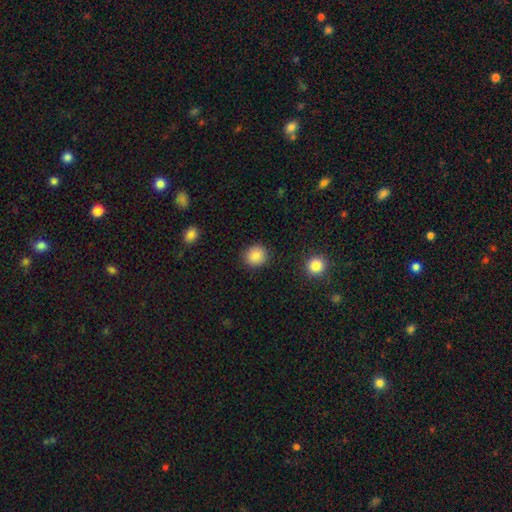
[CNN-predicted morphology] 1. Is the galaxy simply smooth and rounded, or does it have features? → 87% smooth, 9% star or artifact, 4% featured or disk.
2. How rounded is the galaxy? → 89% round, 11% in between, 1% cigar-shaped.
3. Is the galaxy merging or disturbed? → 90% none, 6% minor disturbance, 2% major disturbance, 1% merger.